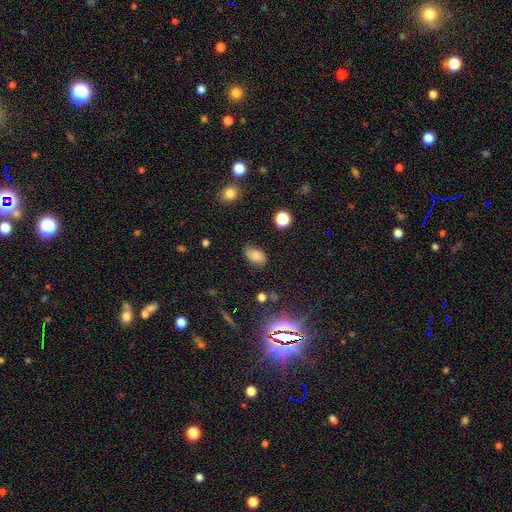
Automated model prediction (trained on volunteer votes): A smooth galaxy with no disk features (75%) that is in between round and cigar-shaped (87%). Merging: none (75%).